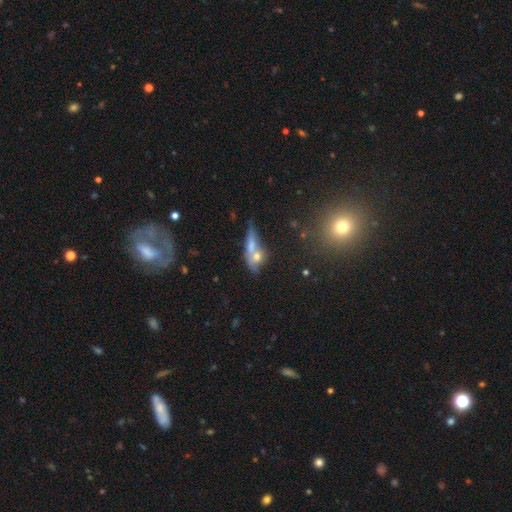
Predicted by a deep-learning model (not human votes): Smooth or featured? Predicted: smooth (p=0.42). Merging? Predicted: merger (p=0.41).